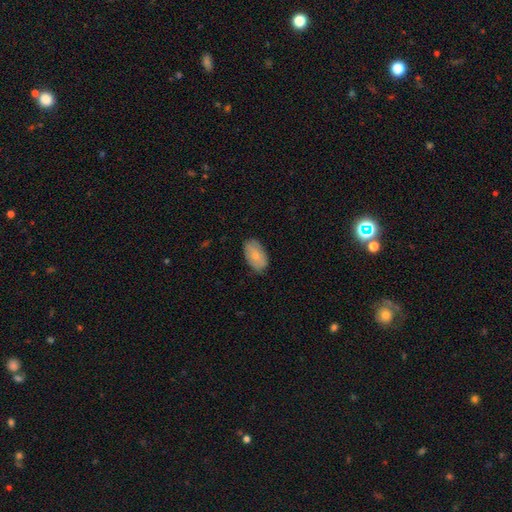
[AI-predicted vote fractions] smooth_or_featured: smooth (p=0.75) [alt: featured or disk p=0.19]
how_rounded: in between (p=0.93) [alt: round p=0.05]
merging: none (p=0.79) [alt: minor disturbance p=0.17]